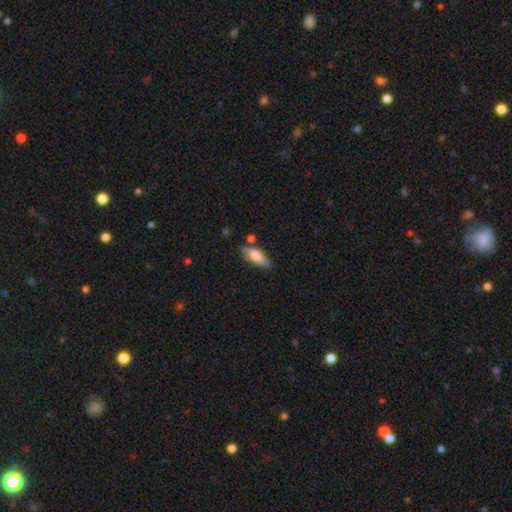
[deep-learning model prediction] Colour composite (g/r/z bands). It shows a smooth galaxy with no disk features (75%) that is in between round and cigar-shaped (69%). Merging: none (69%).